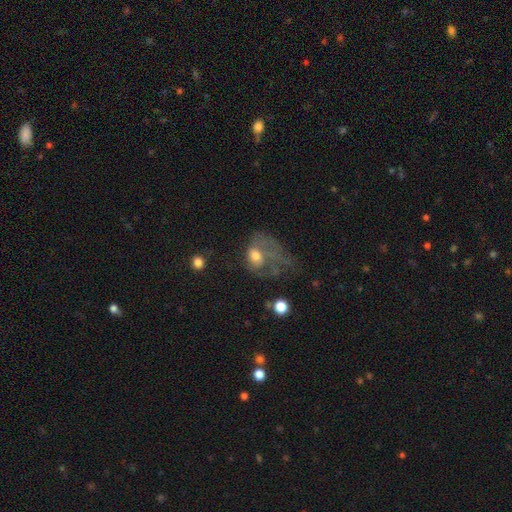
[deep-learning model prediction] A featured or disk galaxy (45%).

Vote fractions:
- Smooth or featured? featured or disk: 45% / smooth: 44% / star or artifact: 11%
- Merging? major disturbance: 60% / none: 18% / minor disturbance: 15% / merger: 7%